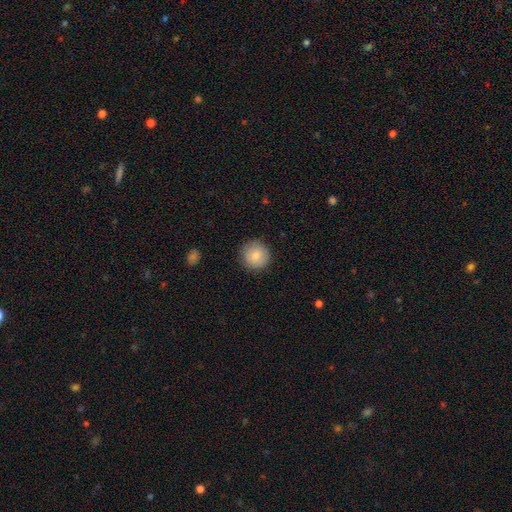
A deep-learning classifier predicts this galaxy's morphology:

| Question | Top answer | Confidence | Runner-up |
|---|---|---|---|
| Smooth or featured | smooth | 80% | featured or disk (12%) |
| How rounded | round | 94% | in between (5%) |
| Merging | none | 89% | minor disturbance (8%) |